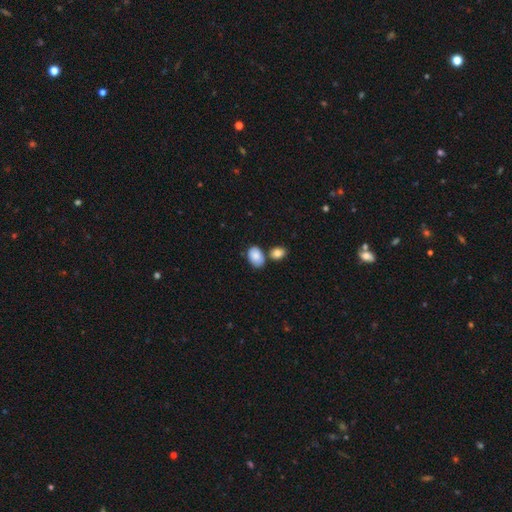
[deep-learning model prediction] Overall: smooth (86%). How rounded: in between (85%). Merging: none (57%; merger 22%).